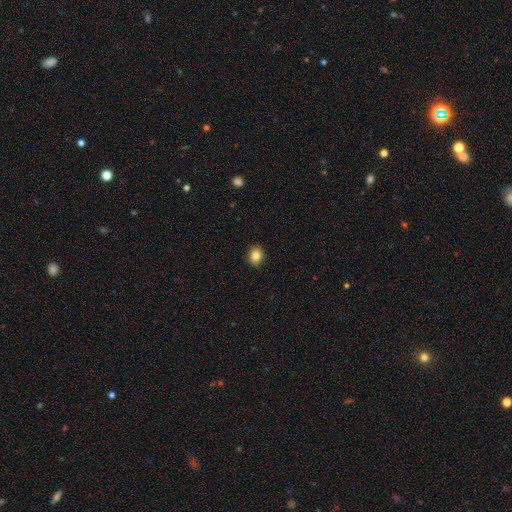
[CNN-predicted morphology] Smooth or featured? Predicted: smooth (p=0.84). How rounded? Predicted: round (p=0.64). Merging? Predicted: none (p=0.90).